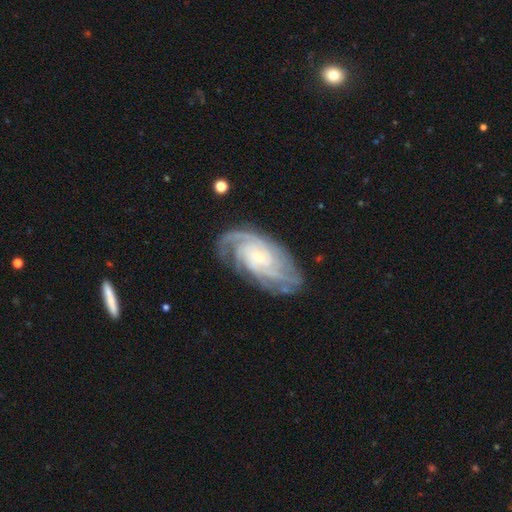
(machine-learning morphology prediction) type=featured or disk (88%); edge-on=no (95%); bar=no (70%); spiral arms=yes (98%); winding=tight (69%); arm count=3 (25%); bulge=small (74%); merging=none (76%).